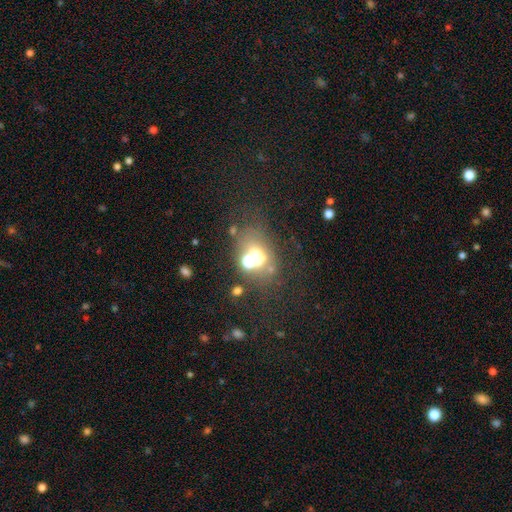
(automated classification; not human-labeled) This appears to be a smooth galaxy with no disk features (42%). Merging: none (45%).